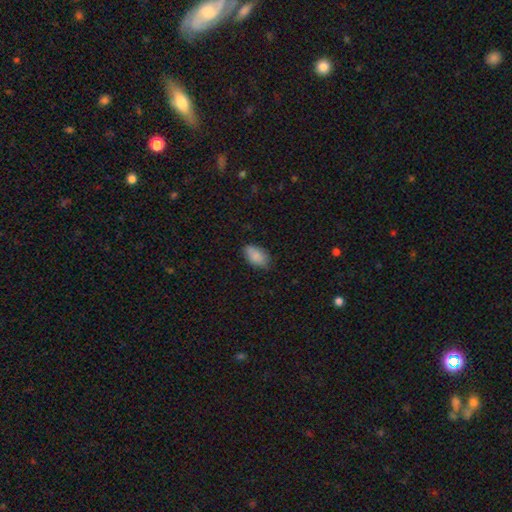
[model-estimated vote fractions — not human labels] This is clearly a smooth galaxy (87%). How rounded: clearly in between (93%). Merging: likely none (78%).